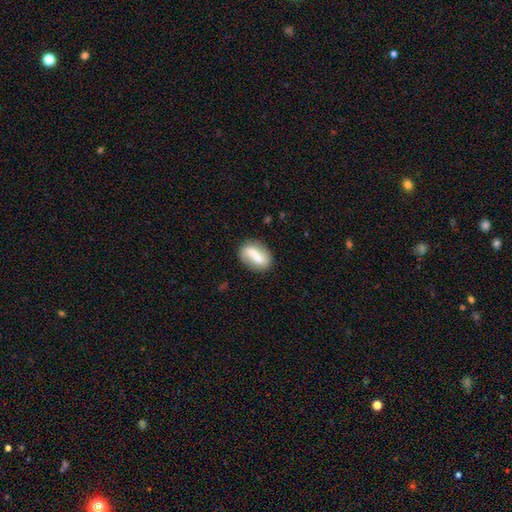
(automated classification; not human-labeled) smooth 49%, featured or disk 44%, star or artifact 7%. Down the decision tree: merging — none (77%).